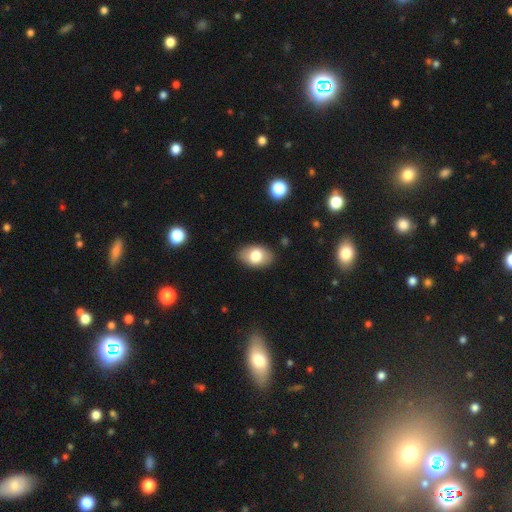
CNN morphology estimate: smooth 76%, featured or disk 17%, star or artifact 7%. Down the decision tree: how rounded — in between (89%); merging — none (85%).